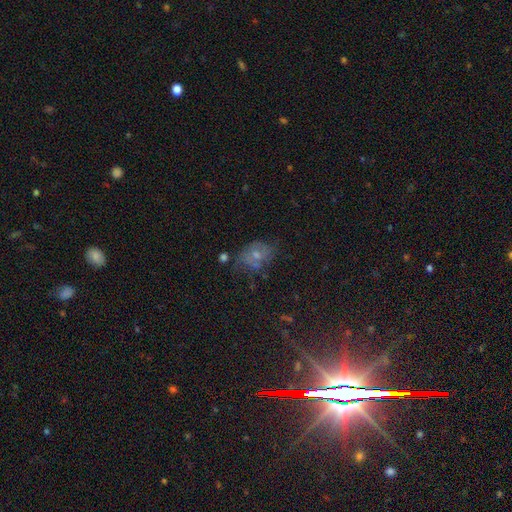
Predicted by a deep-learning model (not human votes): Q: Smooth or featured?
A: smooth (46%); runner-up: featured or disk (34%)
Q: Merging?
A: none (54%); runner-up: minor disturbance (27%)